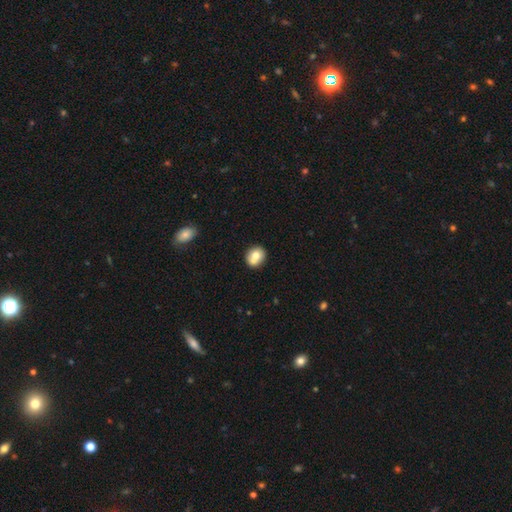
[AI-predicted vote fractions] A smooth galaxy with no disk features (72%) that is round (70%).

Vote fractions:
- Smooth or featured? smooth: 72% / featured or disk: 20% / star or artifact: 9%
- How rounded? round: 70% / in between: 29% / cigar-shaped: 1%
- Merging? none: 56% / merger: 29% / minor disturbance: 12% / major disturbance: 3%